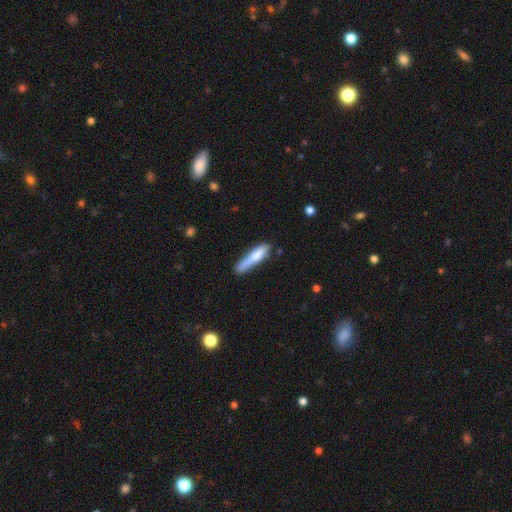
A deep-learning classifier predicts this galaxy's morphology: Q: Smooth or featured?
A: smooth (72%); runner-up: featured or disk (22%)
Q: How rounded?
A: cigar-shaped (84%); runner-up: in between (14%)
Q: Merging?
A: none (53%); runner-up: minor disturbance (28%)